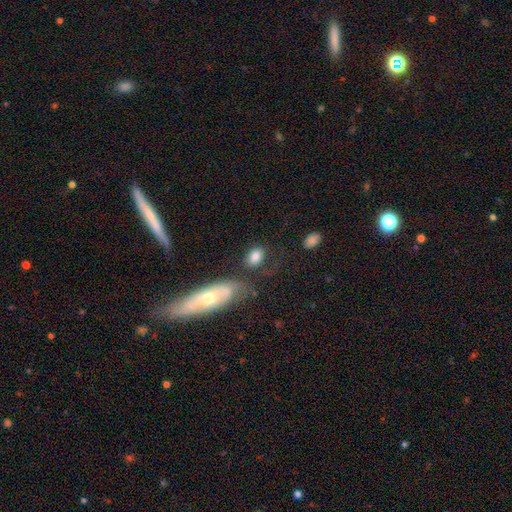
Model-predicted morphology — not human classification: Smooth or featured?
  - smooth: 80% *
  - featured or disk: 11%
  - star or artifact: 8%
How rounded?
  - in between: 78% *
  - round: 20%
  - cigar-shaped: 2%
Merging?
  - none: 56% *
  - minor disturbance: 17%
  - merger: 16%
  - major disturbance: 11%